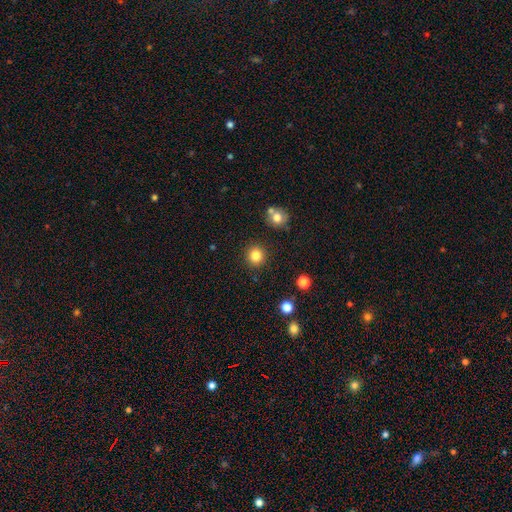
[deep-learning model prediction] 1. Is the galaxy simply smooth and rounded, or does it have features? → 83% smooth, 11% star or artifact, 5% featured or disk.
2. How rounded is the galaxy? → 92% round, 7% in between, 1% cigar-shaped.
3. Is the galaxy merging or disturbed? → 90% none, 6% minor disturbance, 2% merger, 2% major disturbance.